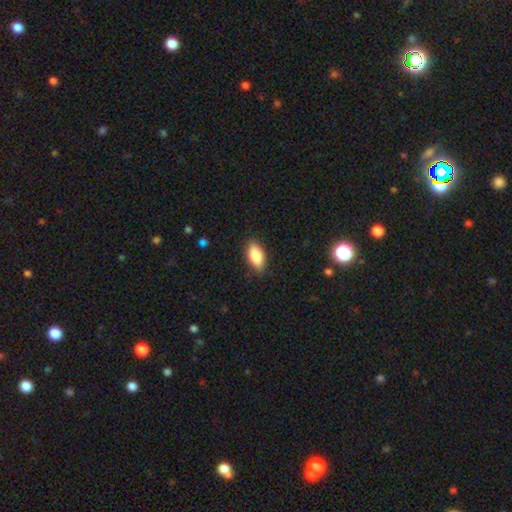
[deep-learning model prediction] Morphology: type=smooth (85%); roundness=in between (87%); merging=none (85%).